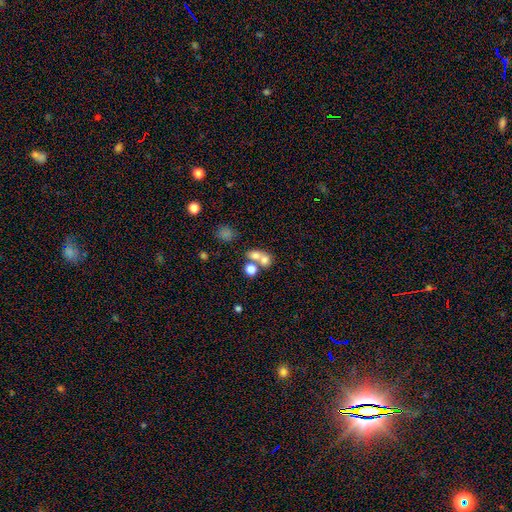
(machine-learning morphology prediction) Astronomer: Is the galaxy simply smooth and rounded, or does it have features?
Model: smooth — 68%.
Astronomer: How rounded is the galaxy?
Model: round — 60% (runner-up: in between, 39%).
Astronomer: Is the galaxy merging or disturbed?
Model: merger — 56% (runner-up: none, 33%).